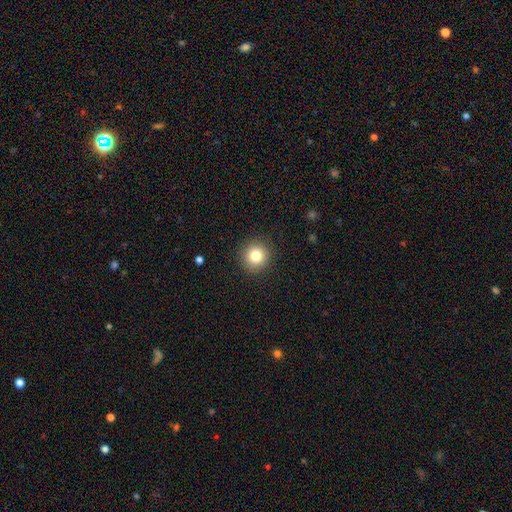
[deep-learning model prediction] Smooth or featured?
  - smooth: 81% *
  - star or artifact: 11%
  - featured or disk: 7%
How rounded?
  - round: 93% *
  - in between: 6%
  - cigar-shaped: 1%
Merging?
  - none: 91% *
  - minor disturbance: 6%
  - major disturbance: 2%
  - merger: 1%